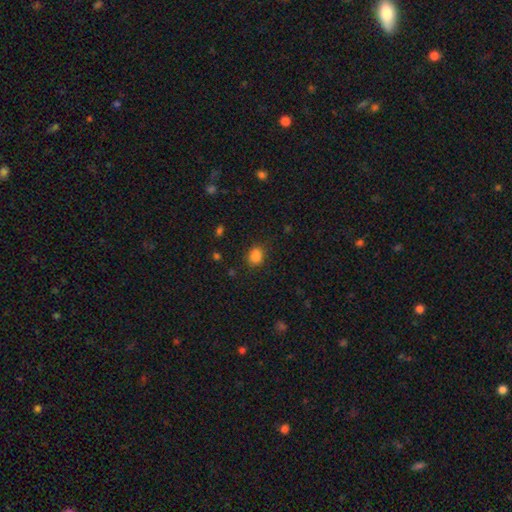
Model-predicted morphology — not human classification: Overall: smooth (84%). How rounded: round (58%; in between 41%). Merging: none (79%).